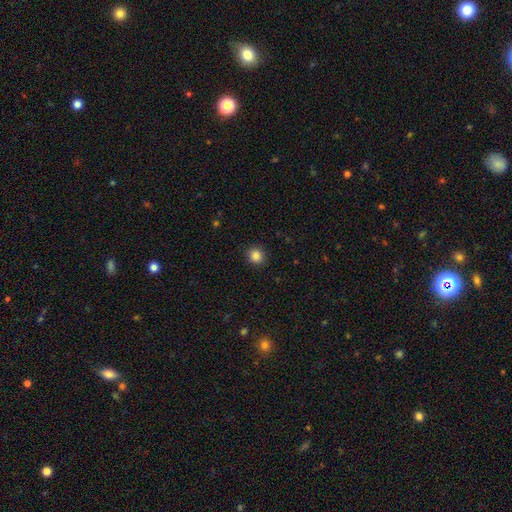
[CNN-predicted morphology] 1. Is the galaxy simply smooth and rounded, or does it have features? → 85% smooth, 11% star or artifact, 4% featured or disk.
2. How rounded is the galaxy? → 91% round, 8% in between, 1% cigar-shaped.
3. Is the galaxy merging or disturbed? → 91% none, 6% minor disturbance, 2% major disturbance, 1% merger.